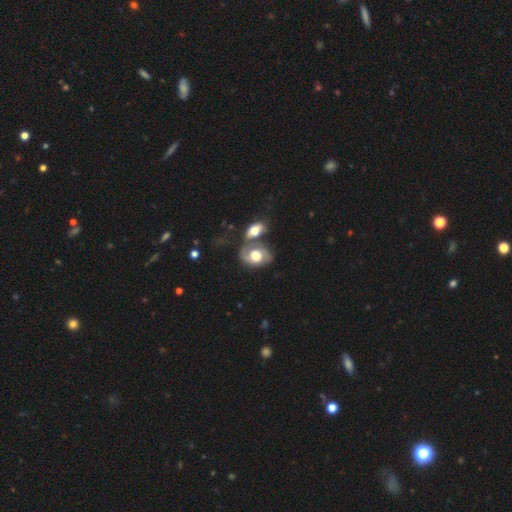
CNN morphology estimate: Q: Smooth or featured?
A: featured or disk (63%); runner-up: smooth (30%)
Q: Edge-on disk?
A: no (96%); runner-up: yes (4%)
Q: Bar?
A: no (74%); runner-up: weak (21%)
Q: Spiral arms?
A: yes (74%); runner-up: no (26%)
Q: Bulge size?
A: large (49%); runner-up: moderate (41%)
Q: Merging?
A: none (39%); runner-up: merger (36%)